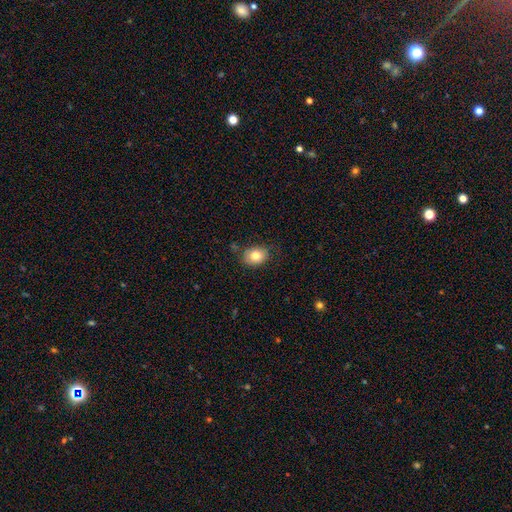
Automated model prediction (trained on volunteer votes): Smooth or featured? Predicted: smooth (p=0.79). How rounded? Predicted: in between (p=0.62). Merging? Predicted: none (p=0.77).